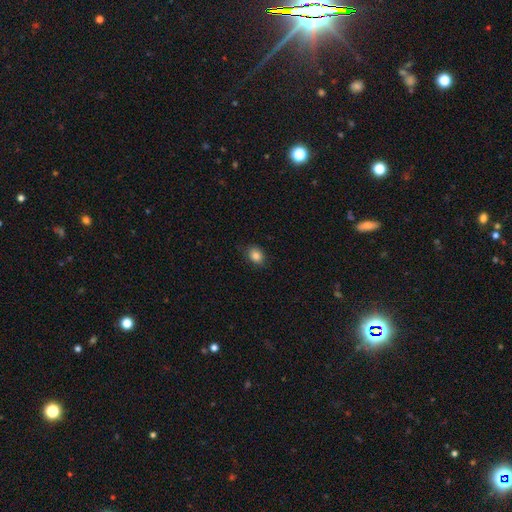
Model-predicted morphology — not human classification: This appears to be a smooth galaxy with no disk features (86%) that is in between round and cigar-shaped (62%). Merging: none (84%).